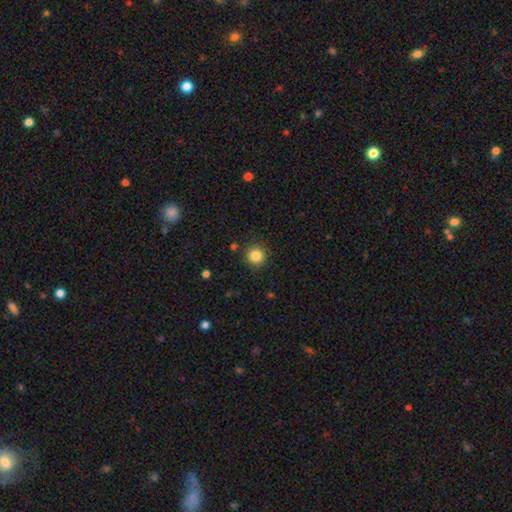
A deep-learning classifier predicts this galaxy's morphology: Q: Smooth or featured?
A: smooth (85%); runner-up: star or artifact (11%)
Q: How rounded?
A: round (94%); runner-up: in between (5%)
Q: Merging?
A: none (88%); runner-up: minor disturbance (7%)